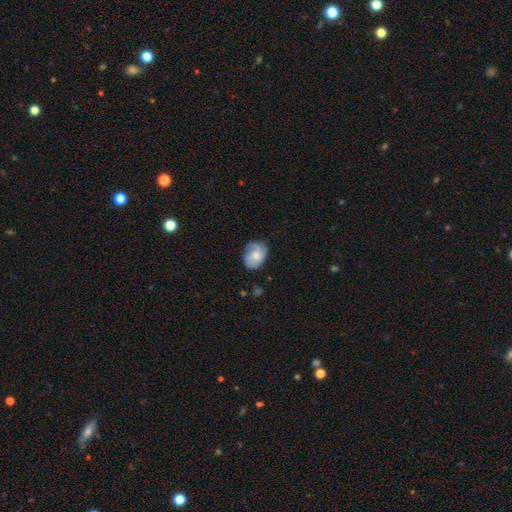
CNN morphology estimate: Smooth or featured? smooth (49%)
Merging? none (57%)